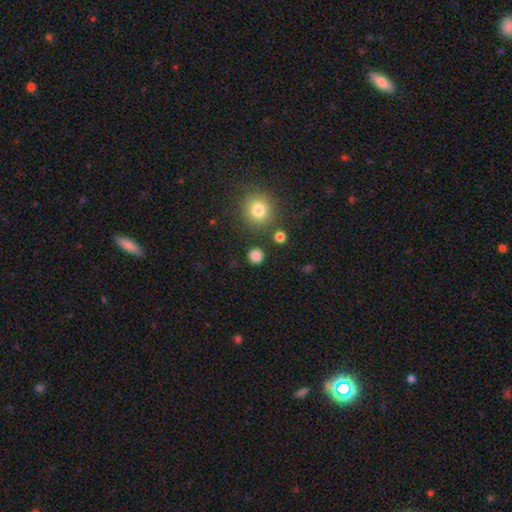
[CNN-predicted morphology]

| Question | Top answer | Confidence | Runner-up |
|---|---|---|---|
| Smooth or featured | smooth | 83% | star or artifact (13%) |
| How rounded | round | 93% | in between (6%) |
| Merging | none | 88% | minor disturbance (6%) |